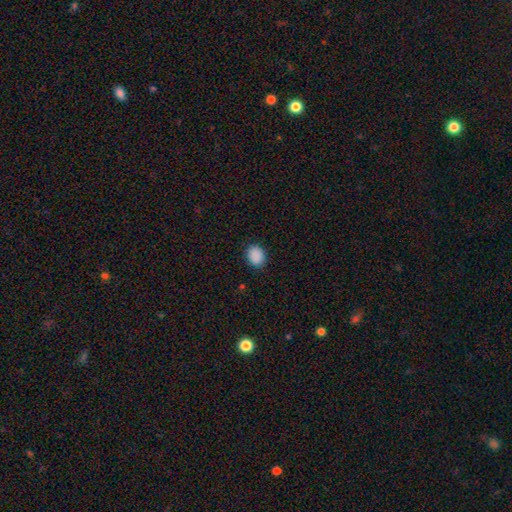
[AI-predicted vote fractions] This appears to be a smooth galaxy with no disk features (89%) that is round (52%). Merging: none (89%).